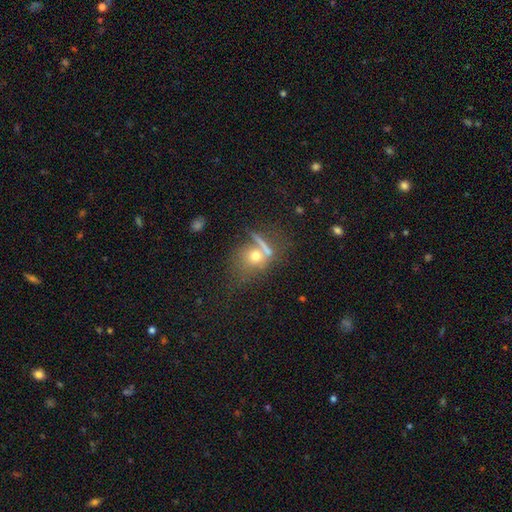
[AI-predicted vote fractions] smooth_or_featured: smooth (p=0.64) [alt: featured or disk p=0.22]
how_rounded: round (p=0.74) [alt: in between p=0.22]
merging: none (p=0.44) [alt: merger p=0.28]